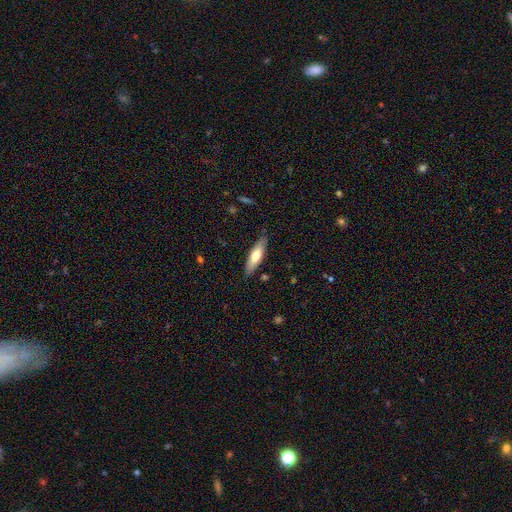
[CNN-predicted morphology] smooth-or-featured: smooth: 65% | featured or disk: 29% | star or artifact: 6%
  how-rounded: cigar-shaped: 58% | in between: 40% | round: 2%
  merging: none: 84% | minor disturbance: 12% | major disturbance: 2% | merger: 1%